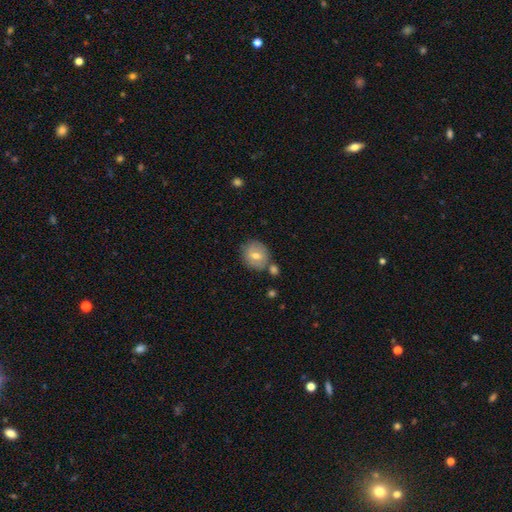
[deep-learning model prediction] Smooth or featured: smooth — 69% (featured or disk — 22%)
How rounded: round — 82% (in between — 17%)
Merging: none — 73% (minor disturbance — 12%)